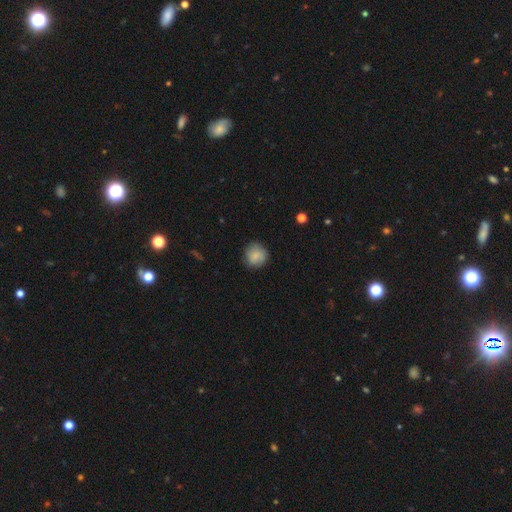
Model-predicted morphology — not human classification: Smooth or featured: smooth — 79% (featured or disk — 13%)
How rounded: round — 88% (in between — 11%)
Merging: none — 79% (minor disturbance — 16%)